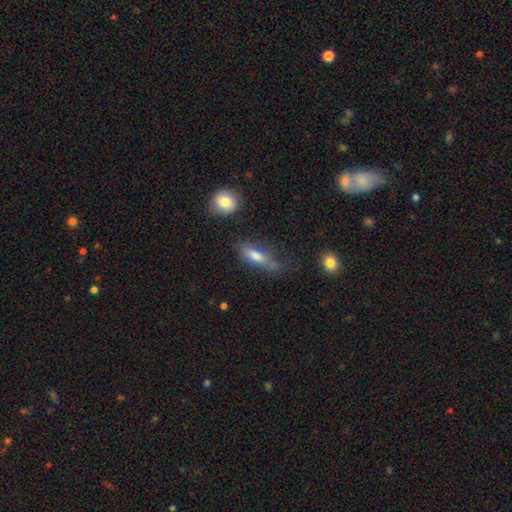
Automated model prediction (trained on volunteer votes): smooth_or_featured: smooth (p=0.71) [alt: featured or disk p=0.21]
how_rounded: in between (p=0.55) [alt: cigar-shaped p=0.41]
merging: none (p=0.45) [alt: minor disturbance p=0.29]